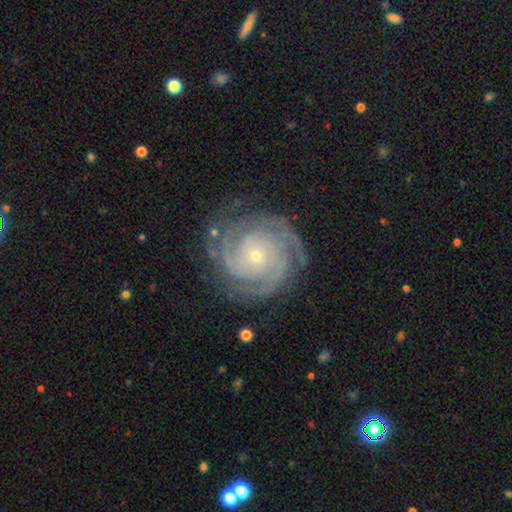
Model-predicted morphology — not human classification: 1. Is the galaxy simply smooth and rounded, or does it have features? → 92% featured or disk, 5% star or artifact, 4% smooth.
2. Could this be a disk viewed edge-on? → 98% no, 2% yes.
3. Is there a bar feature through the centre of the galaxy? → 75% no, 18% weak, 7% strong.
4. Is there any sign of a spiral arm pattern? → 99% yes, 1% no.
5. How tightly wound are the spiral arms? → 79% tight, 19% medium, 2% loose.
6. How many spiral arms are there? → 35% 3, 23% 4, 17% 2, 12% can't tell, 8% more than 4, 6% 1.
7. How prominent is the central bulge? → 76% small, 21% moderate, 1% none, 1% large, 1% dominant.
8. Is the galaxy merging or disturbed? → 80% none, 14% minor disturbance, 5% major disturbance, 1% merger.